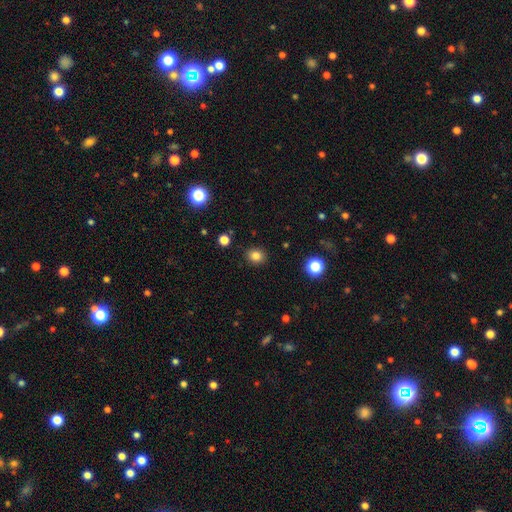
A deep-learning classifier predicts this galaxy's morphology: Smooth or featured? smooth (83%)
How rounded? round (68%)
Merging? none (89%)